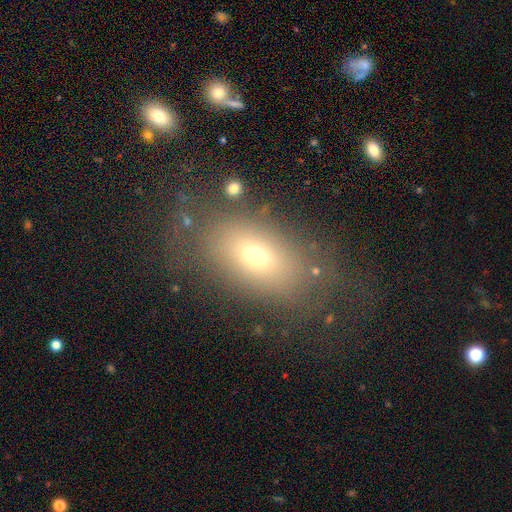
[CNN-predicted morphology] Smooth or featured? Predicted: smooth (p=0.65). How rounded? Predicted: in between (p=0.82). Merging? Predicted: none (p=0.71).